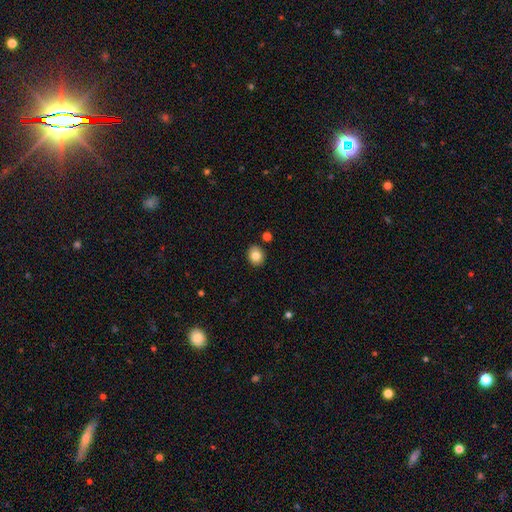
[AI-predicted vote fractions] Morphology: type=smooth (82%); roundness=round (71%); merging=none (88%).